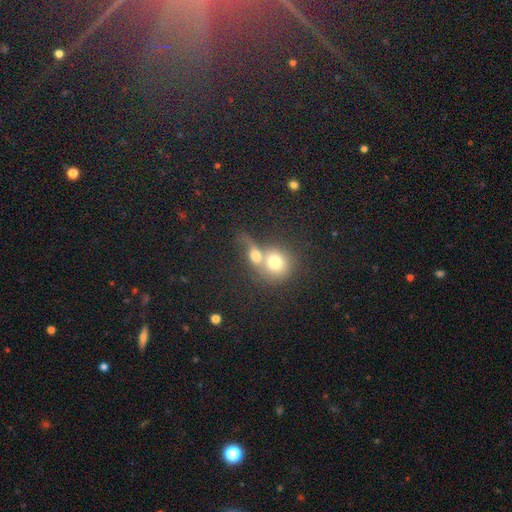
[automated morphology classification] Smooth or featured?
  - smooth: 68% *
  - featured or disk: 21%
  - star or artifact: 11%
How rounded?
  - round: 69% *
  - in between: 28%
  - cigar-shaped: 3%
Merging?
  - merger: 68% *
  - none: 18%
  - major disturbance: 8%
  - minor disturbance: 6%